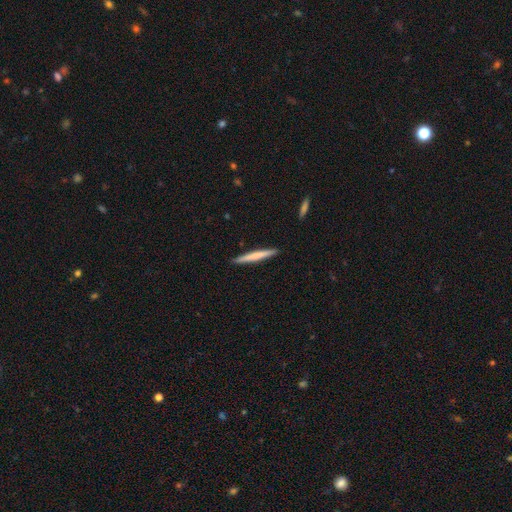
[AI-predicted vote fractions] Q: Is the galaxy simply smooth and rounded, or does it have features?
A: smooth — 62%.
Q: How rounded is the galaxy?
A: cigar-shaped — 96%.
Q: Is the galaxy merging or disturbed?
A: none — 92%.